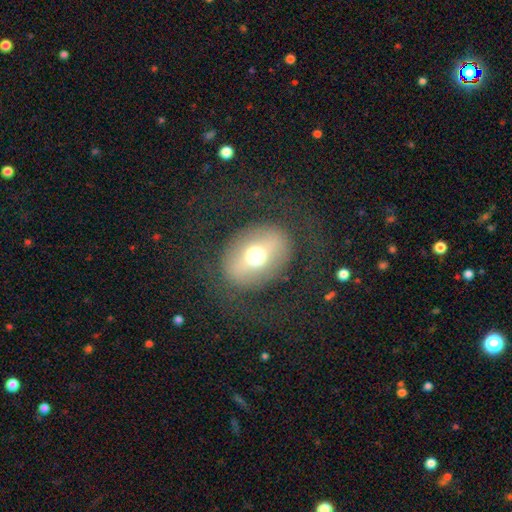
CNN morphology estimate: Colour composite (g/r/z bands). It shows a smooth galaxy with no disk features (48%). Merging: none (74%).